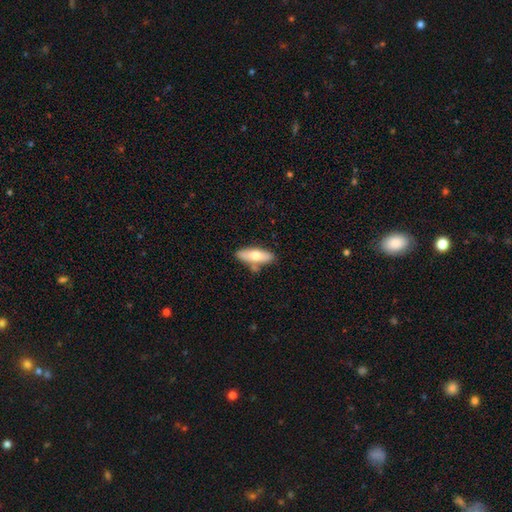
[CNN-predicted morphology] The model was most divided on "how rounded": in between: 61%, cigar-shaped: 37%, round: 3%. More confident: merging — none (71%); smooth or featured — smooth (67%).